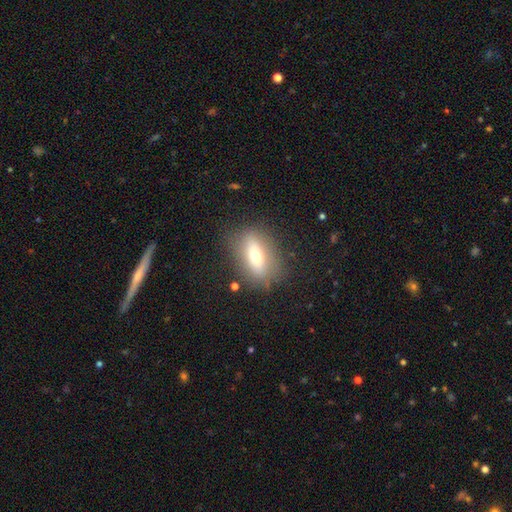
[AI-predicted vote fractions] smooth-or-featured: smooth: 55% | featured or disk: 35% | star or artifact: 10%
  how-rounded: in between: 71% | cigar-shaped: 17% | round: 12%
  merging: none: 79% | minor disturbance: 13% | major disturbance: 6% | merger: 2%